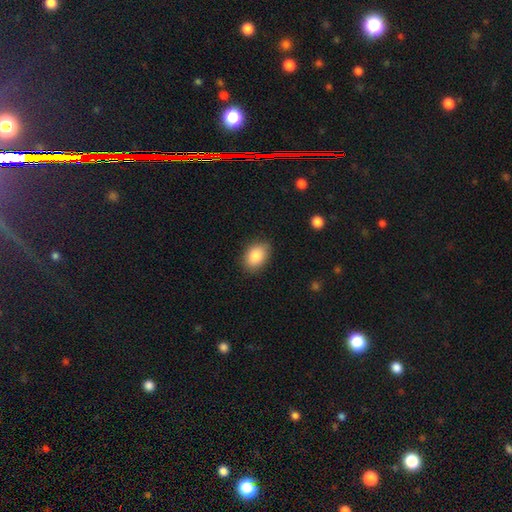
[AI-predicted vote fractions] Smooth or featured?
  - smooth: 87% *
  - star or artifact: 7%
  - featured or disk: 6%
How rounded?
  - in between: 83% *
  - round: 16%
  - cigar-shaped: 1%
Merging?
  - none: 85% *
  - minor disturbance: 11%
  - major disturbance: 3%
  - merger: 1%